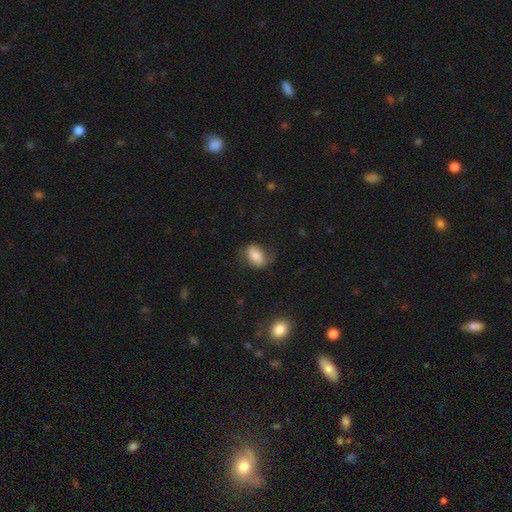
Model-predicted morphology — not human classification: Smooth or featured?
  - smooth: 78% *
  - featured or disk: 14%
  - star or artifact: 8%
How rounded?
  - in between: 84% *
  - round: 14%
  - cigar-shaped: 2%
Merging?
  - none: 66% *
  - minor disturbance: 23%
  - major disturbance: 9%
  - merger: 2%